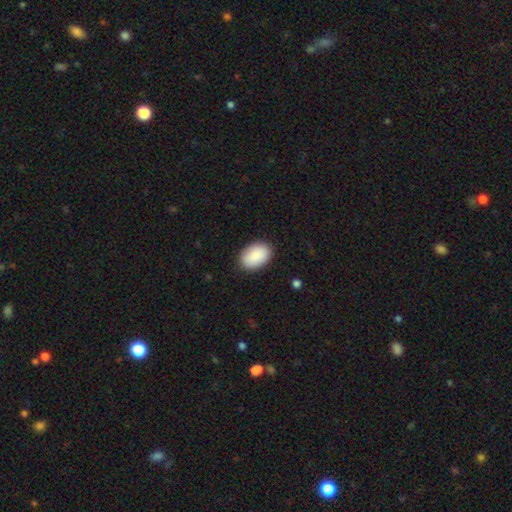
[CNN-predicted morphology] type=smooth (88%); roundness=in between (88%); merging=none (88%).